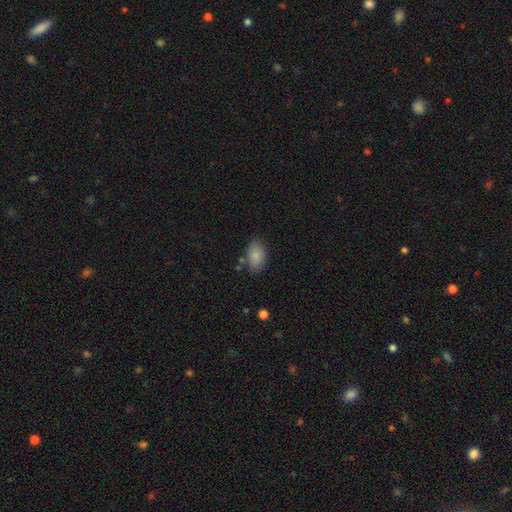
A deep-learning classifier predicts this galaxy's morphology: smooth-or-featured: smooth: 85% | featured or disk: 7% | star or artifact: 7%
  how-rounded: in between: 90% | round: 9% | cigar-shaped: 1%
  merging: none: 79% | minor disturbance: 14% | merger: 4% | major disturbance: 3%